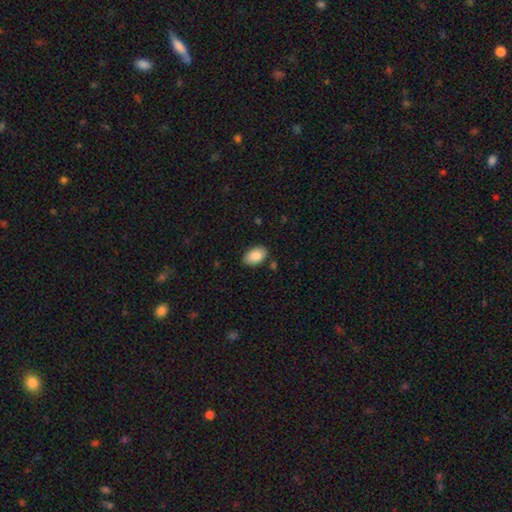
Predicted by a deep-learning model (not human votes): Smooth or featured?
  - smooth: 86% *
  - featured or disk: 8%
  - star or artifact: 6%
How rounded?
  - in between: 92% *
  - round: 7%
  - cigar-shaped: 1%
Merging?
  - none: 84% *
  - minor disturbance: 12%
  - major disturbance: 2%
  - merger: 2%